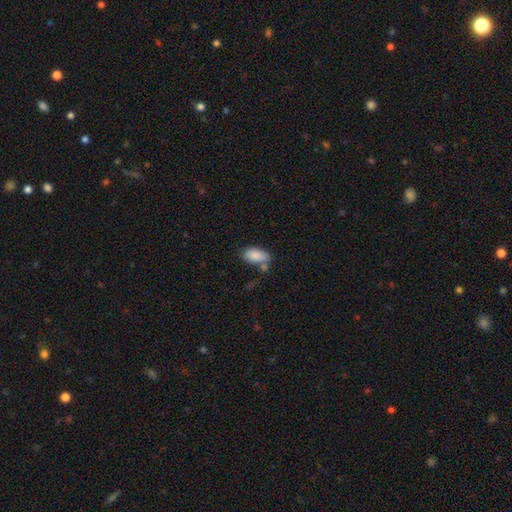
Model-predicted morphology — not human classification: Smooth or featured?
  - smooth: 85% *
  - featured or disk: 8%
  - star or artifact: 7%
How rounded?
  - in between: 92% *
  - cigar-shaped: 5%
  - round: 3%
Merging?
  - none: 51% *
  - merger: 21%
  - minor disturbance: 21%
  - major disturbance: 7%